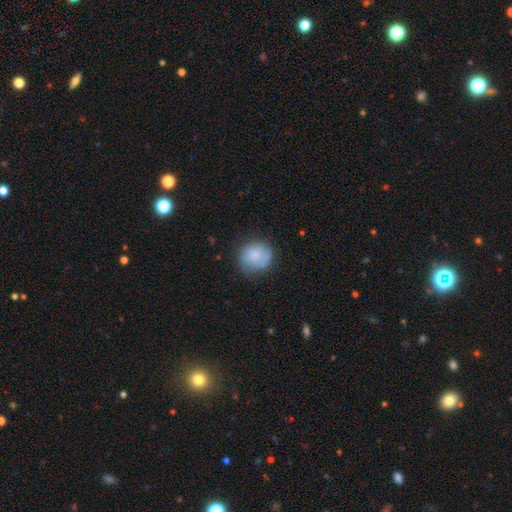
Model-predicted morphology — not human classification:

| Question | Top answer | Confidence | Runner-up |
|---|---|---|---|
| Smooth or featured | smooth | 75% | featured or disk (17%) |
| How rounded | round | 85% | in between (14%) |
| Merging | none | 64% | minor disturbance (24%) |